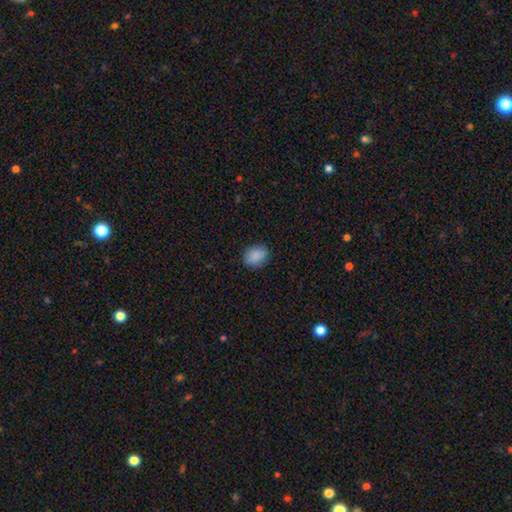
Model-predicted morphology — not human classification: Smooth or featured: smooth — 88% (star or artifact — 8%)
How rounded: in between — 61% (round — 38%)
Merging: none — 85% (minor disturbance — 11%)